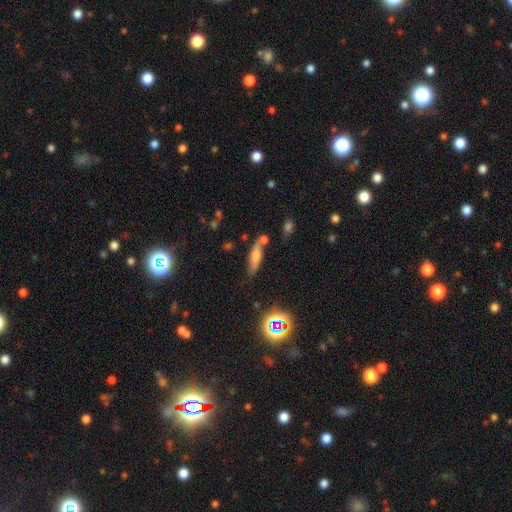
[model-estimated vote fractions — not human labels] smooth 53%, featured or disk 33%, star or artifact 14%. Down the decision tree: how rounded — cigar-shaped (58%); merging — none (56%).